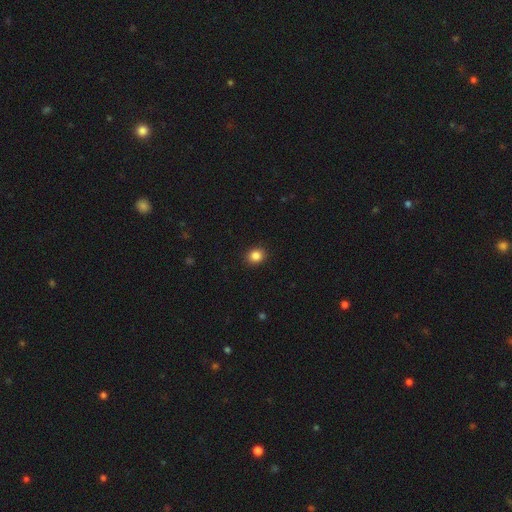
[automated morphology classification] Smooth or featured? smooth (86%)
How rounded? round (72%)
Merging? none (92%)